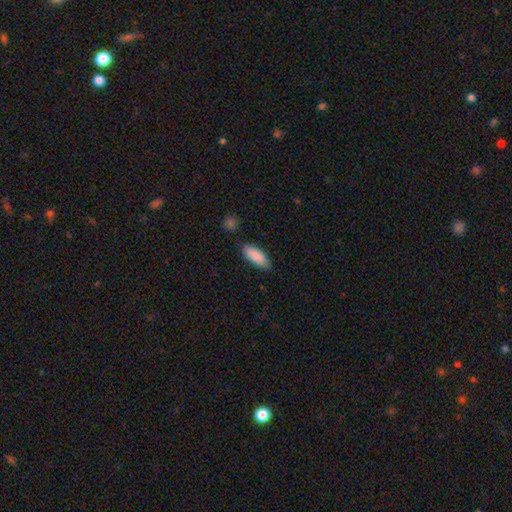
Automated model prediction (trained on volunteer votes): Smooth or featured?
  - smooth: 89% *
  - star or artifact: 6%
  - featured or disk: 6%
How rounded?
  - in between: 73% *
  - cigar-shaped: 26%
  - round: 2%
Merging?
  - none: 80% *
  - minor disturbance: 15%
  - merger: 3%
  - major disturbance: 3%